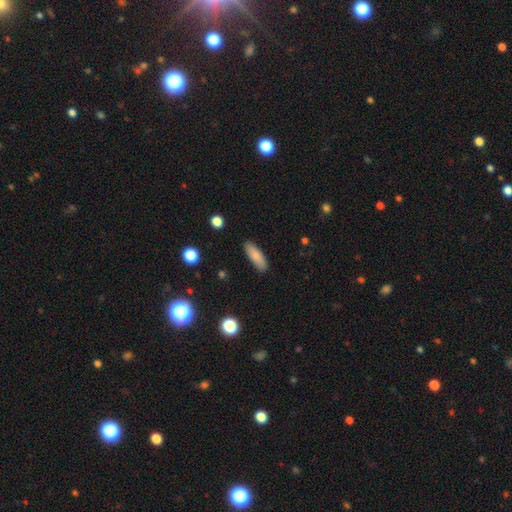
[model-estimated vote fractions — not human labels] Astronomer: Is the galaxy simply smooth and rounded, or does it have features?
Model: smooth — 84%.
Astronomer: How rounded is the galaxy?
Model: in between — 50% (runner-up: cigar-shaped, 48%).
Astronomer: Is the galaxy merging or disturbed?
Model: none — 88%.